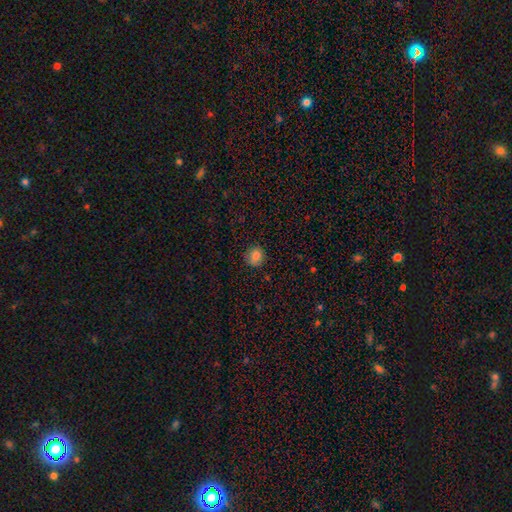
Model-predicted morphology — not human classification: A smooth galaxy with no disk features (84%) that is round (82%).

Vote fractions:
- Smooth or featured? smooth: 84% / star or artifact: 11% / featured or disk: 5%
- How rounded? round: 82% / in between: 17% / cigar-shaped: 1%
- Merging? none: 82% / minor disturbance: 14% / major disturbance: 3% / merger: 1%